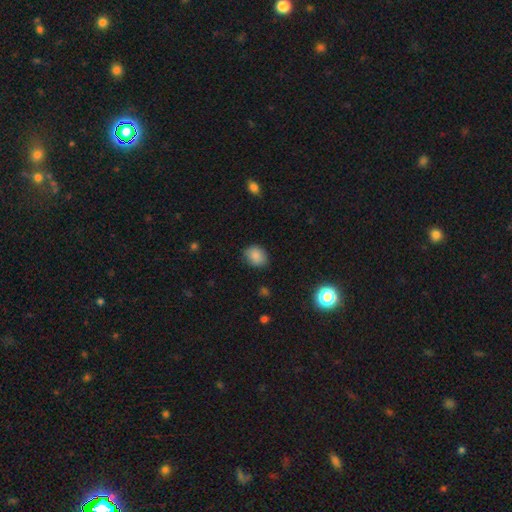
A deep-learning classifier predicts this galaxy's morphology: smooth-or-featured: smooth: 85% | star or artifact: 9% | featured or disk: 5%
  how-rounded: round: 53% | in between: 46% | cigar-shaped: 1%
  merging: none: 80% | minor disturbance: 16% | major disturbance: 3% | merger: 1%